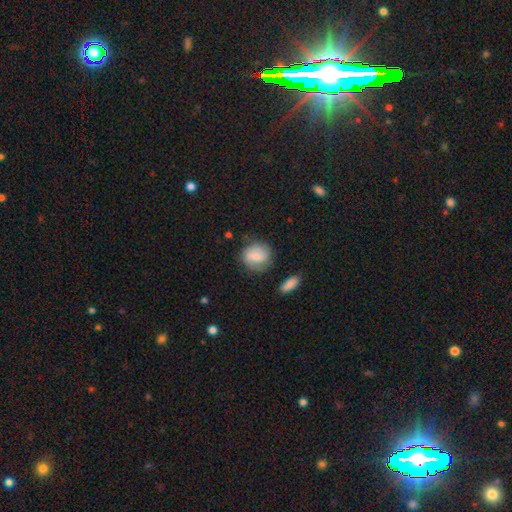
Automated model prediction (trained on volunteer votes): Smooth or featured: smooth — 61% (featured or disk — 32%)
How rounded: round — 75% (in between — 24%)
Merging: none — 71% (minor disturbance — 19%)